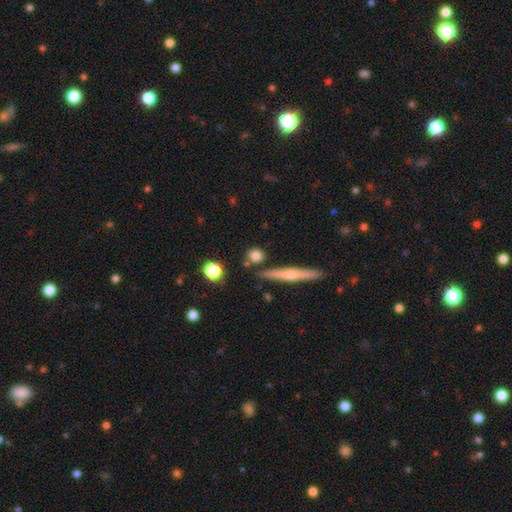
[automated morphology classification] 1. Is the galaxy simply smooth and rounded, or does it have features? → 78% smooth, 12% featured or disk, 9% star or artifact.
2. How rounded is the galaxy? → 82% round, 12% in between, 7% cigar-shaped.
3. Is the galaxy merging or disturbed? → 76% none, 11% merger, 10% minor disturbance, 3% major disturbance.